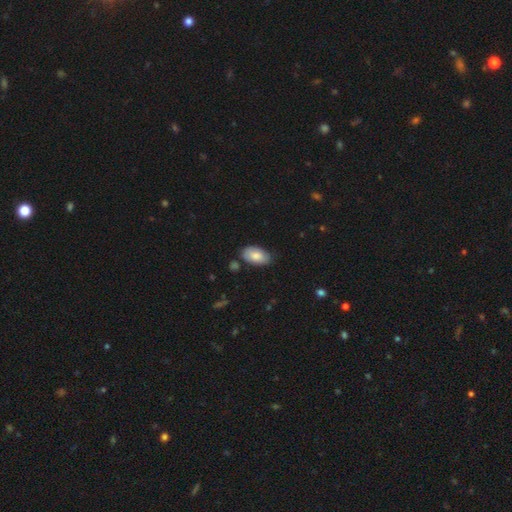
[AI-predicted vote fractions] This appears to be a smooth galaxy with no disk features (82%) that is in between round and cigar-shaped (95%). Merging: none (75%).